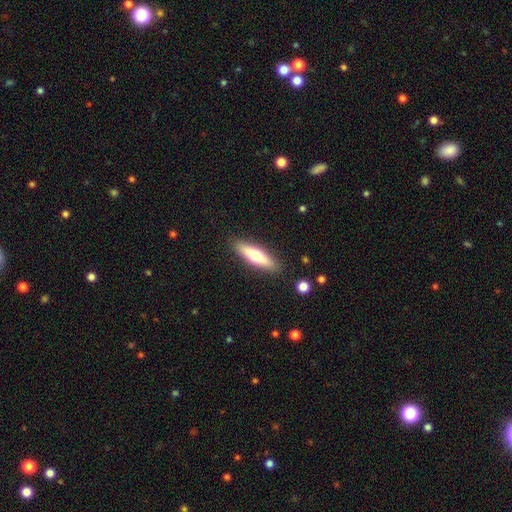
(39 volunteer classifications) Overall: smooth (69%). How rounded: cigar-shaped (70%). Merging: none (92%).